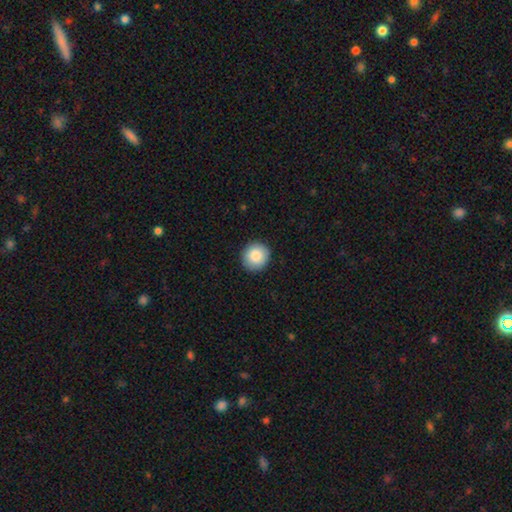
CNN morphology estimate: Smooth or featured?
  - smooth: 86% *
  - star or artifact: 8%
  - featured or disk: 6%
How rounded?
  - round: 93% *
  - in between: 6%
  - cigar-shaped: 1%
Merging?
  - none: 92% *
  - minor disturbance: 6%
  - major disturbance: 2%
  - merger: 1%